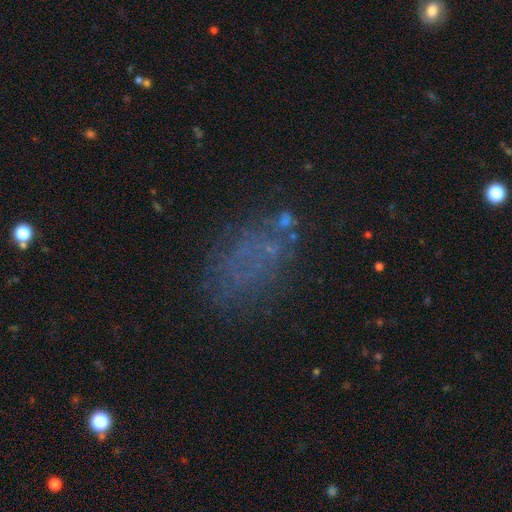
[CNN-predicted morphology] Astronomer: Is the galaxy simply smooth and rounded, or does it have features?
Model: smooth — 51% (runner-up: star or artifact, 27%).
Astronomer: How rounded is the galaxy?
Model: in between — 86%.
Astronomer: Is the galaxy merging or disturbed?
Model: none — 66%.